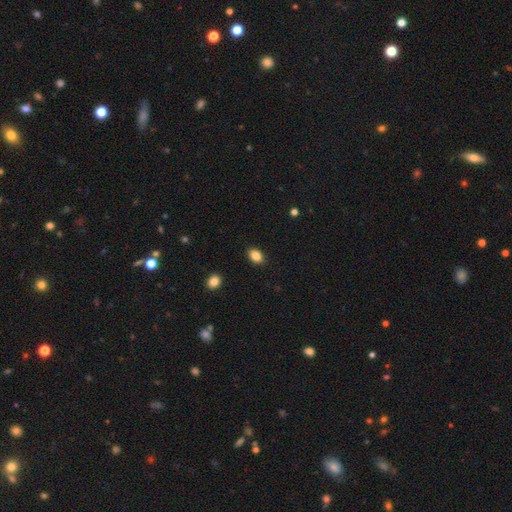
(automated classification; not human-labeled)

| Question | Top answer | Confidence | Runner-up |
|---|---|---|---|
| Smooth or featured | smooth | 86% | star or artifact (9%) |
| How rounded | in between | 78% | round (20%) |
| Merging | none | 89% | minor disturbance (8%) |